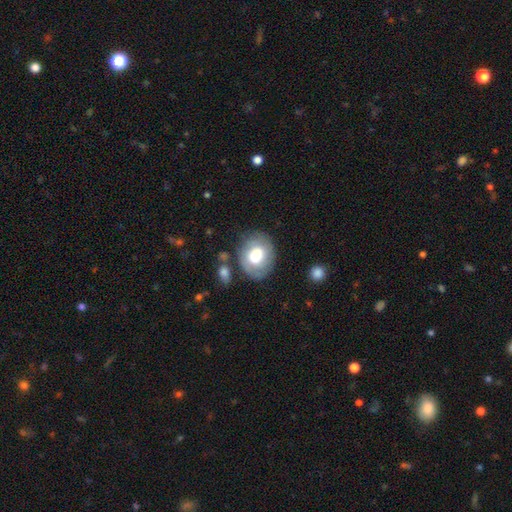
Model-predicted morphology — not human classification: This appears to be a smooth galaxy with no disk features (62%) that is round (53%). Merging: none (71%).